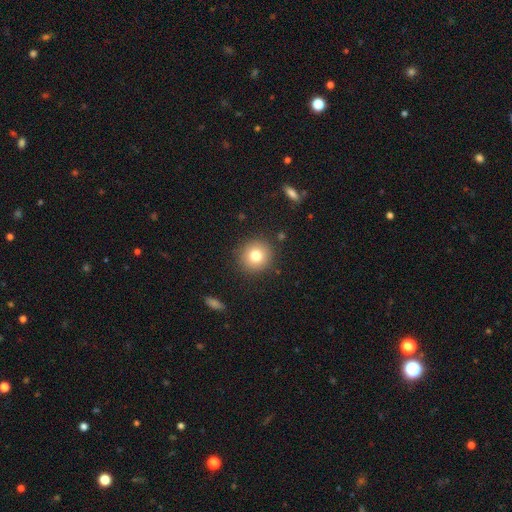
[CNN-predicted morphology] Smooth or featured? Predicted: smooth (p=0.78). How rounded? Predicted: round (p=0.92). Merging? Predicted: none (p=0.89).